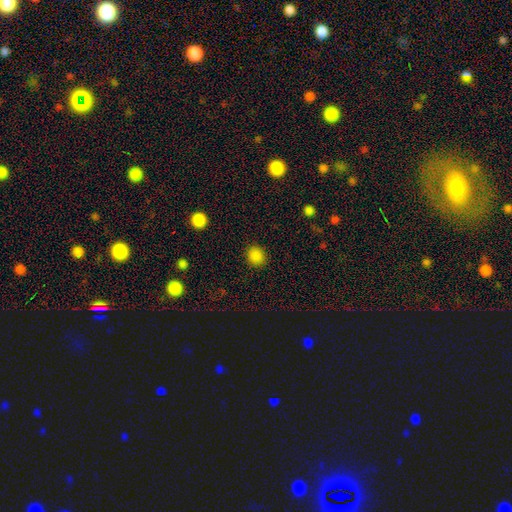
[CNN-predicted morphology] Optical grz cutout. It shows a smooth galaxy with no disk features (84%) that is round (81%). Merging: none (89%).